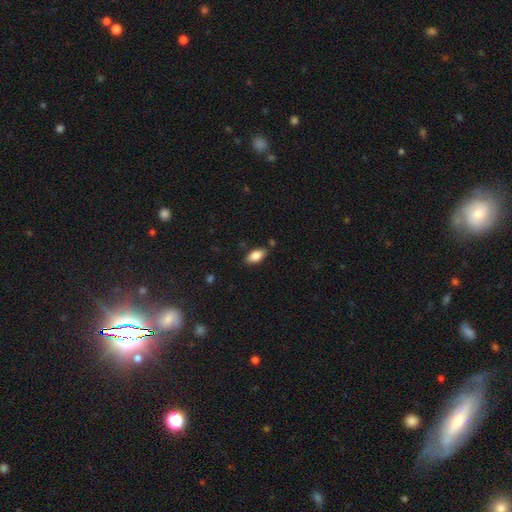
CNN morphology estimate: smooth_or_featured: smooth (p=0.82) [alt: featured or disk p=0.11]
how_rounded: in between (p=0.89) [alt: cigar-shaped p=0.08]
merging: none (p=0.82) [alt: minor disturbance p=0.13]